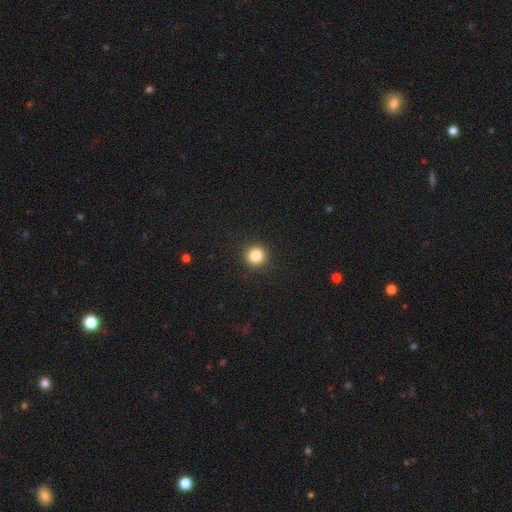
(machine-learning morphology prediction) A smooth galaxy with no disk features (84%) that is round (95%).

Vote fractions:
- Smooth or featured? smooth: 84% / star or artifact: 11% / featured or disk: 5%
- How rounded? round: 95% / in between: 4% / cigar-shaped: 1%
- Merging? none: 93% / minor disturbance: 4% / major disturbance: 2% / merger: 1%